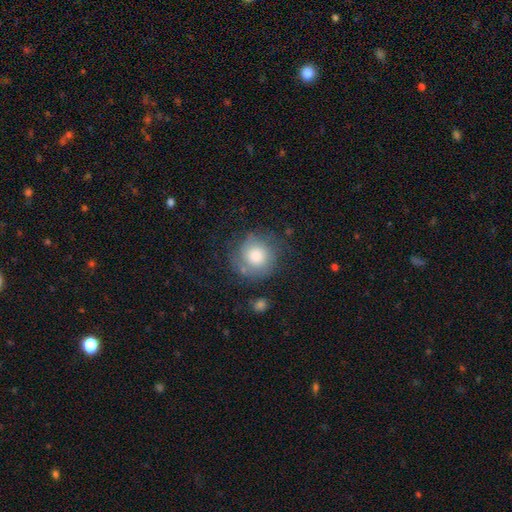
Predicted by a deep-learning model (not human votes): Q: Smooth or featured?
A: smooth (59%); runner-up: featured or disk (32%)
Q: How rounded?
A: round (90%); runner-up: in between (9%)
Q: Merging?
A: none (67%); runner-up: minor disturbance (19%)